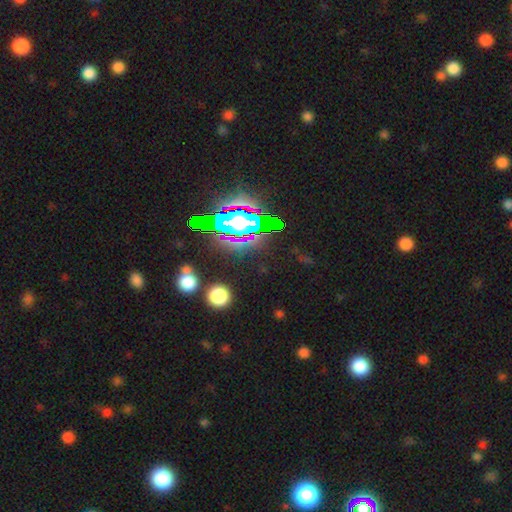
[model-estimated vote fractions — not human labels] smooth-or-featured: star or artifact: 81% | smooth: 10% | featured or disk: 9%